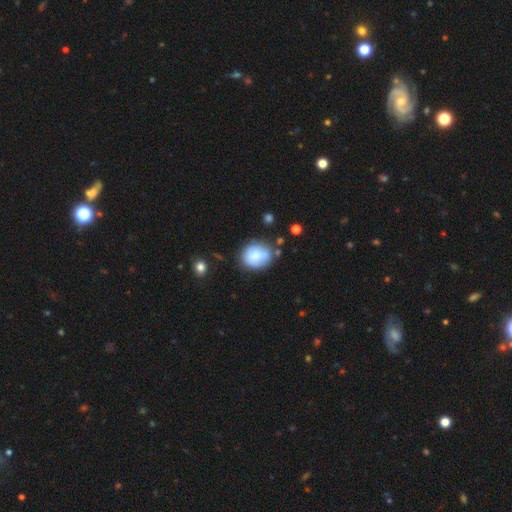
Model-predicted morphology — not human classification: A smooth galaxy with no disk features (77%) that is round (62%).

Vote fractions:
- Smooth or featured? smooth: 77% / featured or disk: 15% / star or artifact: 8%
- How rounded? round: 62% / in between: 37% / cigar-shaped: 1%
- Merging? none: 64% / minor disturbance: 21% / merger: 9% / major disturbance: 6%